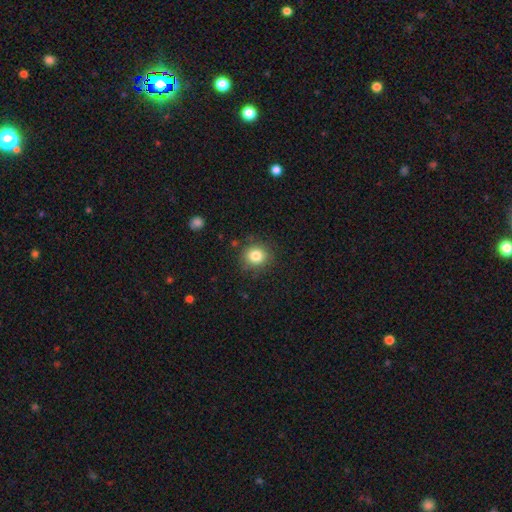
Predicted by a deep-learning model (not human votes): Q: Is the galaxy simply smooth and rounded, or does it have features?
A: smooth — 82%.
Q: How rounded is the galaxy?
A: round — 86%.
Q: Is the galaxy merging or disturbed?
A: none — 85%.